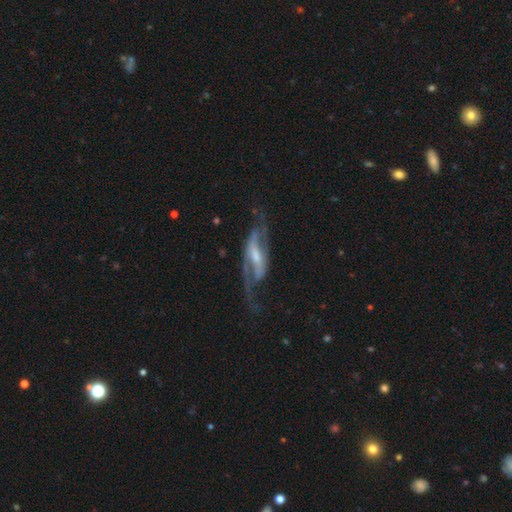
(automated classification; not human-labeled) Morphology: type=featured or disk (88%); edge-on=no (88%); bar=strong (52%); spiral arms=yes (94%); winding=medium (45%); arm count=2 (89%); bulge=small (46%); merging=none (66%).